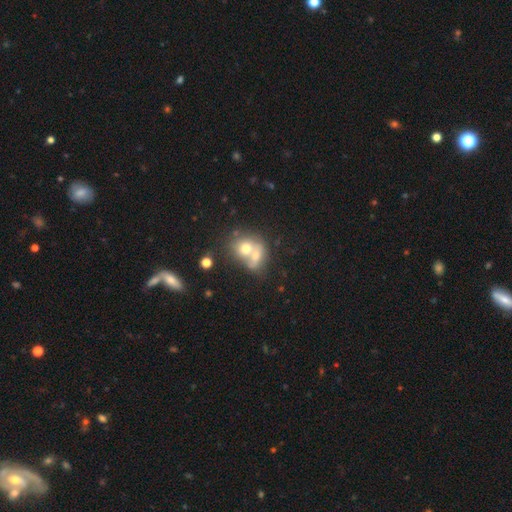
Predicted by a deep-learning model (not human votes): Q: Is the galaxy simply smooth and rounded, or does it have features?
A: smooth — 64%.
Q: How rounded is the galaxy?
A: round — 57%.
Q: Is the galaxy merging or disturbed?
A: merger — 69%.